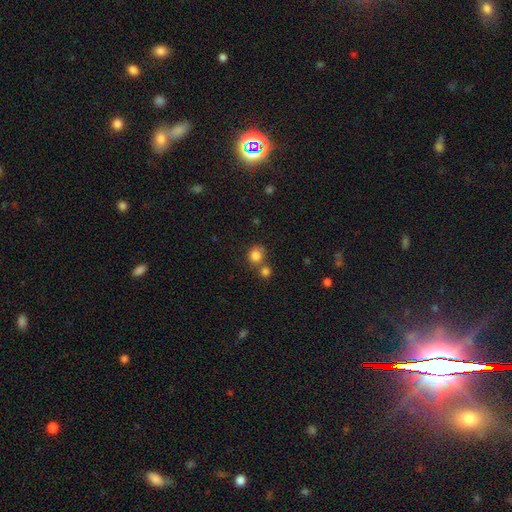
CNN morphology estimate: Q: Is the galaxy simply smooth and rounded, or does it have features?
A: smooth — 83%.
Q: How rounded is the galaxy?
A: round — 84%.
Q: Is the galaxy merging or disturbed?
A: none — 57%.